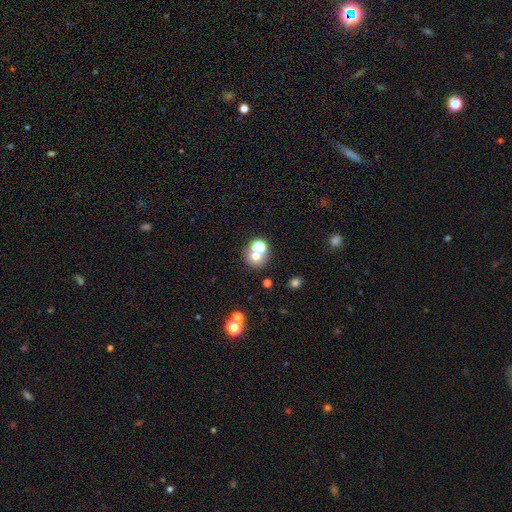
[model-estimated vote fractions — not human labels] smooth-or-featured: smooth: 64% | star or artifact: 20% | featured or disk: 16%
  how-rounded: round: 81% | in between: 18% | cigar-shaped: 1%
  merging: none: 49% | merger: 39% | minor disturbance: 7% | major disturbance: 4%